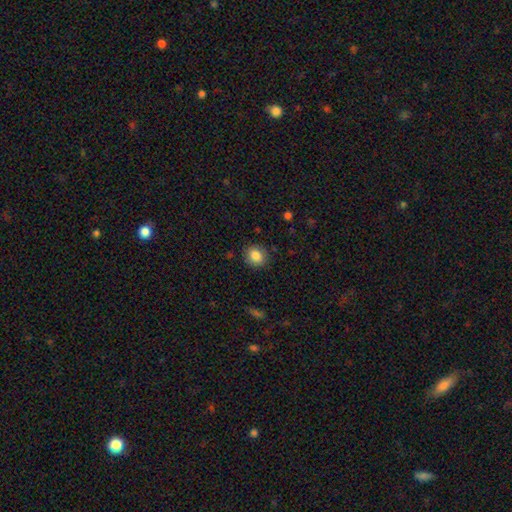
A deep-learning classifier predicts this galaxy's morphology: smooth-or-featured: smooth: 85% | star or artifact: 9% | featured or disk: 6%
  how-rounded: round: 73% | in between: 26% | cigar-shaped: 1%
  merging: none: 87% | minor disturbance: 9% | major disturbance: 3% | merger: 1%